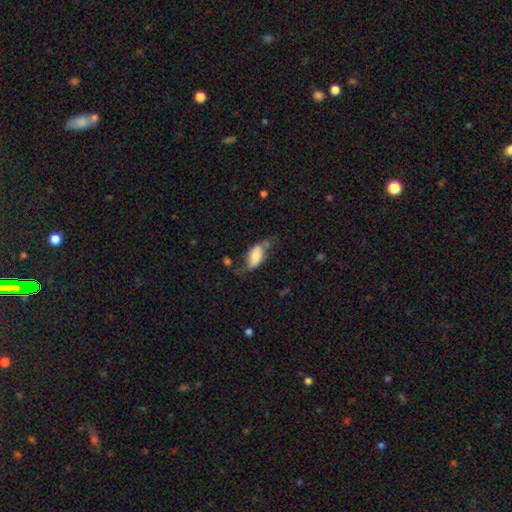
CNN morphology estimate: This is likely a smooth galaxy (64%). How rounded: clearly in between (89%). Merging: marginally none (42%).